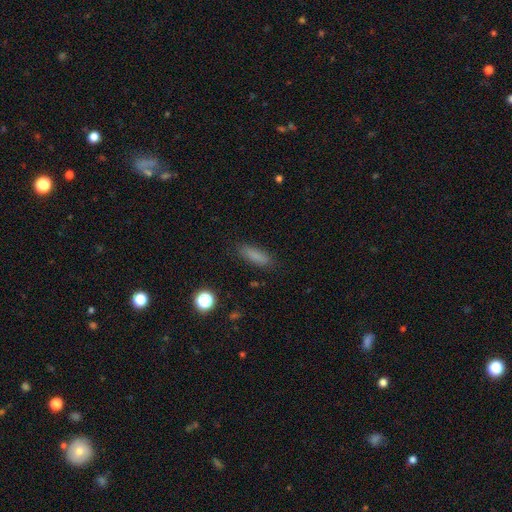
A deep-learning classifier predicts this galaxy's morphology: The model was most divided on "how rounded": cigar-shaped: 54%, in between: 43%, round: 3%. More confident: merging — none (86%); smooth or featured — smooth (83%).